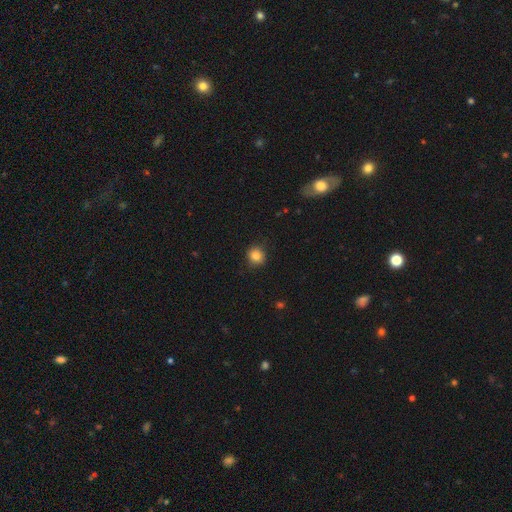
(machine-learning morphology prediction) Overall: smooth (85%). How rounded: round (88%). Merging: none (86%).